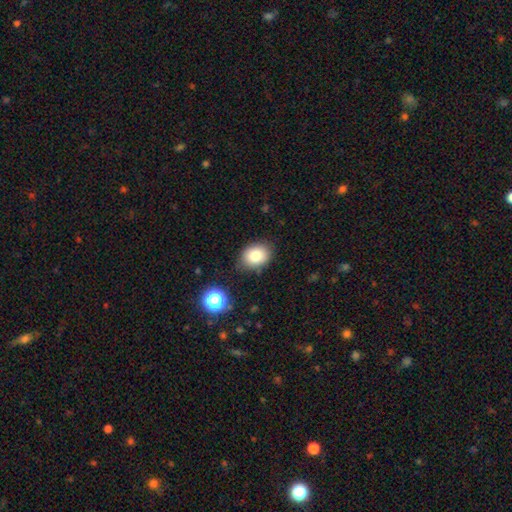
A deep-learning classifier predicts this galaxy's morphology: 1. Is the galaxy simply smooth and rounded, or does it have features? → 82% smooth, 10% star or artifact, 8% featured or disk.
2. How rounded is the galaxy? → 62% in between, 37% round, 1% cigar-shaped.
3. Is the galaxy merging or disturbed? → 81% none, 14% minor disturbance, 3% major disturbance, 2% merger.